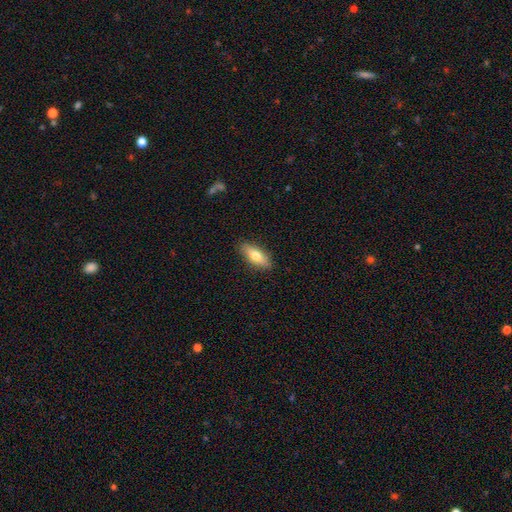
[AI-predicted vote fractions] A smooth galaxy with no disk features (67%) that is in between round and cigar-shaped (65%). Merging: none (88%).